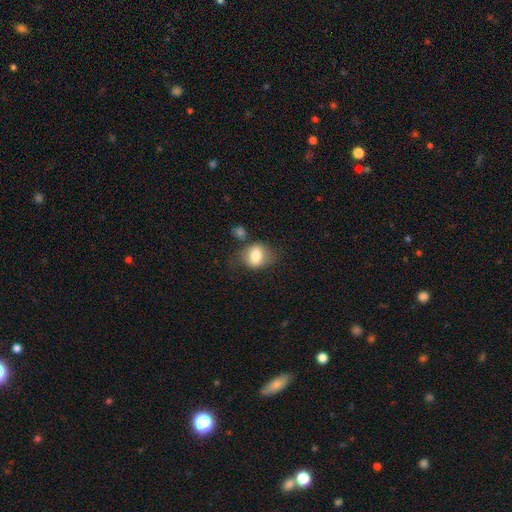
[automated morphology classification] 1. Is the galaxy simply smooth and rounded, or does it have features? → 75% smooth, 16% featured or disk, 8% star or artifact.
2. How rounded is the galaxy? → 55% in between, 43% round, 1% cigar-shaped.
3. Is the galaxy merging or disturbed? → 58% none, 22% minor disturbance, 10% merger, 10% major disturbance.